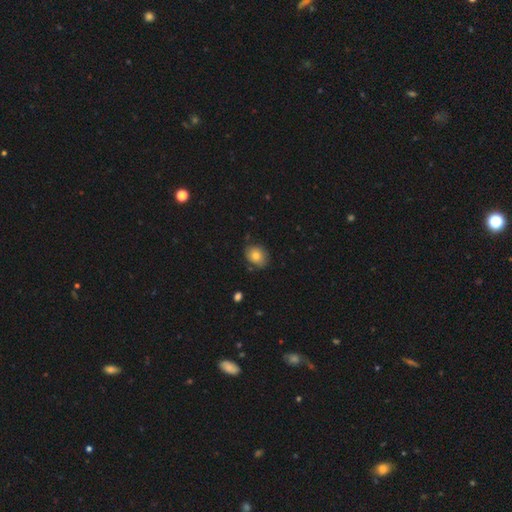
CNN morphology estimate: Q: Smooth or featured?
A: smooth (77%); runner-up: featured or disk (13%)
Q: How rounded?
A: in between (50%); runner-up: round (49%)
Q: Merging?
A: none (76%); runner-up: minor disturbance (18%)